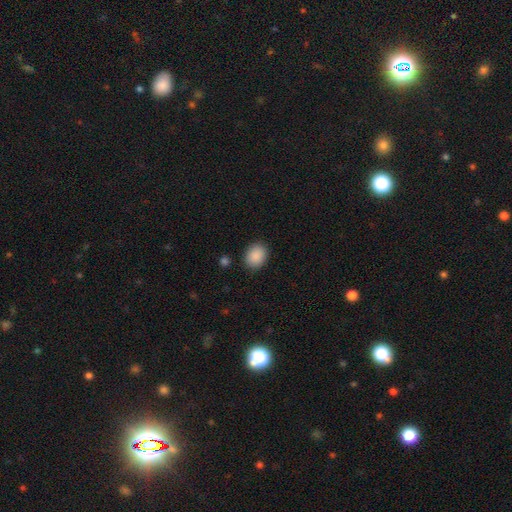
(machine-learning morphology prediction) Smooth or featured? Predicted: smooth (p=0.90). How rounded? Predicted: in between (p=0.55). Merging? Predicted: none (p=0.87).